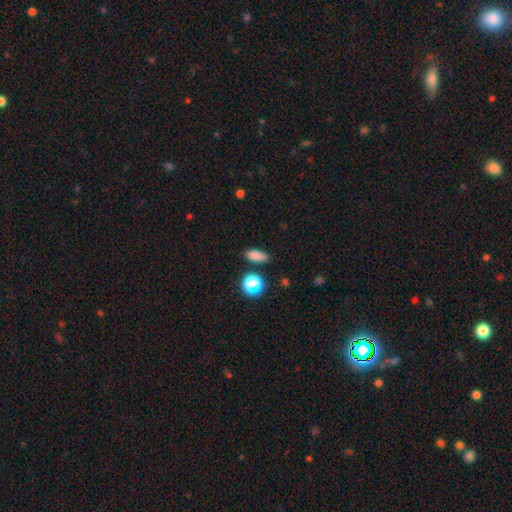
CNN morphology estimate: Smooth or featured: smooth — 80% (star or artifact — 14%)
How rounded: in between — 75% (cigar-shaped — 14%)
Merging: none — 83% (minor disturbance — 11%)